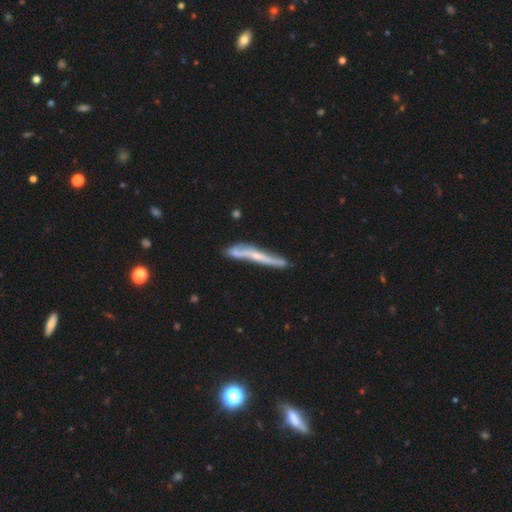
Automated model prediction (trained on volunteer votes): Smooth or featured?
  - featured or disk: 70% *
  - smooth: 24%
  - star or artifact: 6%
Edge-on disk?
  - yes: 82% *
  - no: 18%
Edge-on bulge?
  - rounded: 58% *
  - none: 36%
  - boxy: 6%
Merging?
  - none: 62% *
  - minor disturbance: 24%
  - merger: 7%
  - major disturbance: 7%